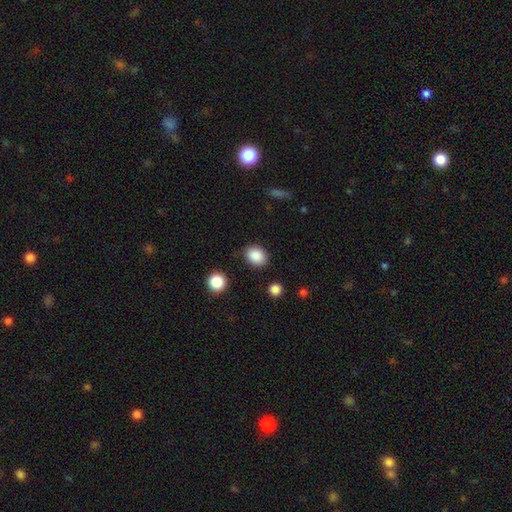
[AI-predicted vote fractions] Overall: smooth (87%). How rounded: in between (56%; round 43%). Merging: none (83%).